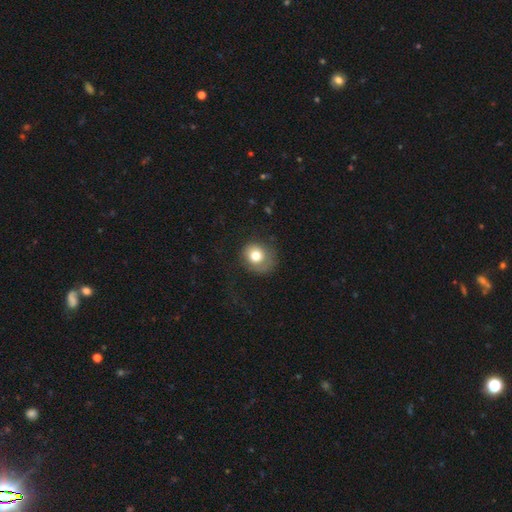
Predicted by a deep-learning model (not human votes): Smooth or featured?
  - smooth: 74% *
  - featured or disk: 17%
  - star or artifact: 9%
How rounded?
  - round: 75% *
  - in between: 24%
  - cigar-shaped: 1%
Merging?
  - none: 58% *
  - minor disturbance: 23%
  - major disturbance: 18%
  - merger: 2%